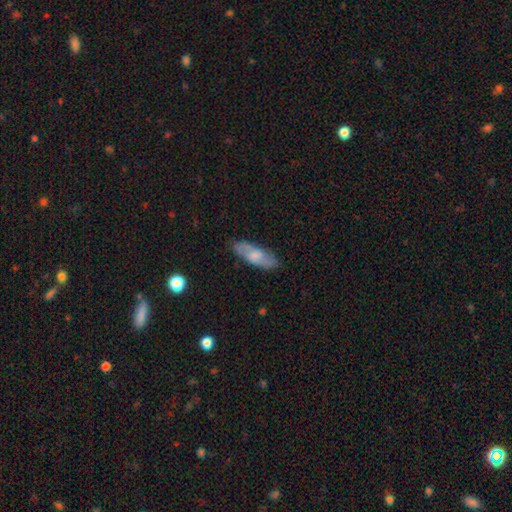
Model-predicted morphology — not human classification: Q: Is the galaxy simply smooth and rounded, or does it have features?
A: smooth — 64%.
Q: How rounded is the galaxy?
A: in between — 67%.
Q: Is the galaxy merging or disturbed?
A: none — 82%.